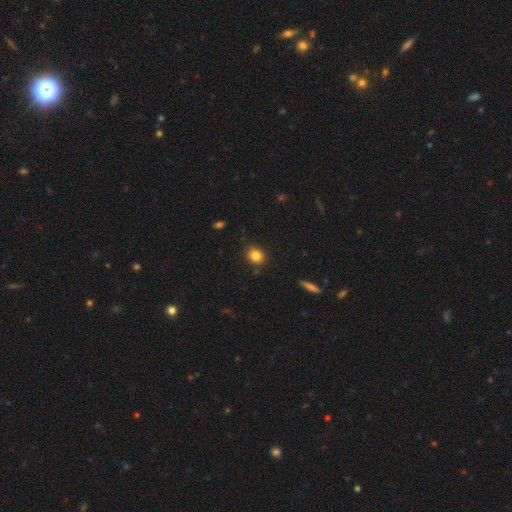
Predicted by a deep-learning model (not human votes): The model was most divided on "how rounded": round: 70%, in between: 29%, cigar-shaped: 1%. More confident: merging — none (86%); smooth or featured — smooth (84%).